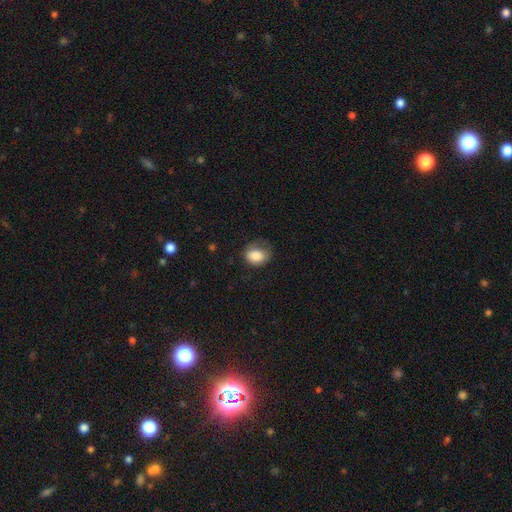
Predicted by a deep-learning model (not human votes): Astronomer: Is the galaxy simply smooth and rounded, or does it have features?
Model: smooth — 83%.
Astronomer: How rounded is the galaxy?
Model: in between — 51% (runner-up: round, 48%).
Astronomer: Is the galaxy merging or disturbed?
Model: none — 53% (runner-up: minor disturbance, 29%).